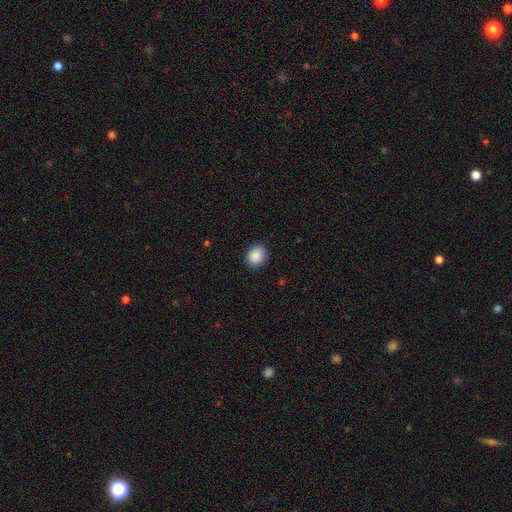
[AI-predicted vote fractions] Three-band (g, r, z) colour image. It shows a smooth galaxy with no disk features (89%) that is round (66%). Merging: none (89%).